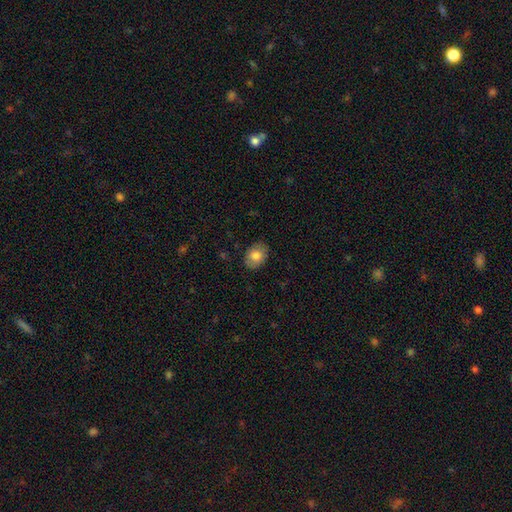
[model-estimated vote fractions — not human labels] This appears to be a smooth galaxy with no disk features (80%) that is in between round and cigar-shaped (70%). Merging: none (85%).